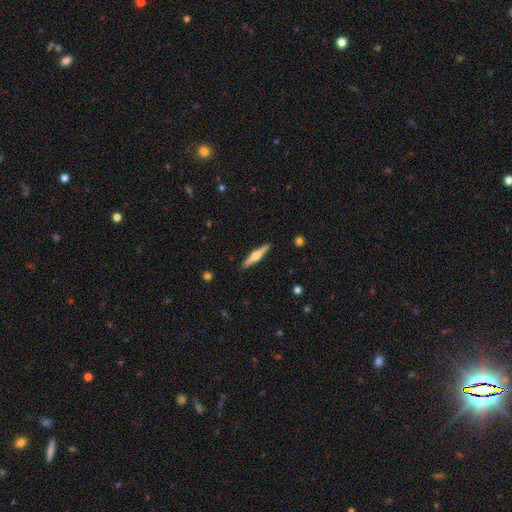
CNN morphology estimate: smooth_or_featured: featured or disk (p=0.64) [alt: smooth p=0.31]
disk_edge_on: yes (p=0.97) [alt: no p=0.03]
edge_on_bulge: rounded (p=0.91) [alt: boxy p=0.06]
merging: none (p=0.91) [alt: minor disturbance p=0.06]